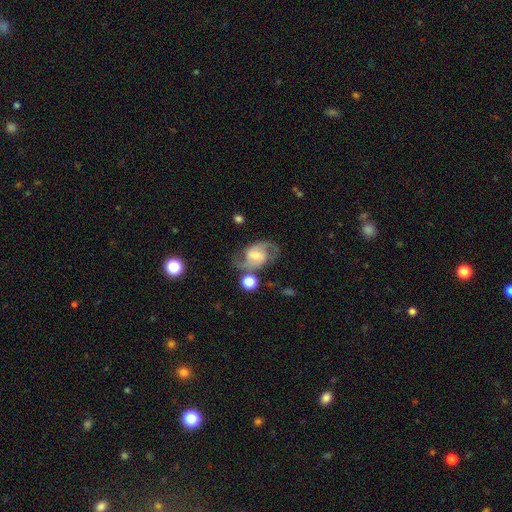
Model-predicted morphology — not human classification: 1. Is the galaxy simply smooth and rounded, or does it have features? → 83% featured or disk, 10% smooth, 6% star or artifact.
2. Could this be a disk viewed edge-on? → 97% no, 3% yes.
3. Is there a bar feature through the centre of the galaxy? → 51% weak, 28% no, 21% strong.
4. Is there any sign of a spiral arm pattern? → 95% yes, 5% no.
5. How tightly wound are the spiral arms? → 57% medium, 26% loose, 17% tight.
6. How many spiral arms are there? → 91% 2, 4% can't tell, 2% 3, 2% 1, 1% 4, 1% more than 4.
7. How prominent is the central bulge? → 44% moderate, 36% small, 10% large, 8% none, 2% dominant.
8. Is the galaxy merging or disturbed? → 68% none, 16% minor disturbance, 9% major disturbance, 7% merger.